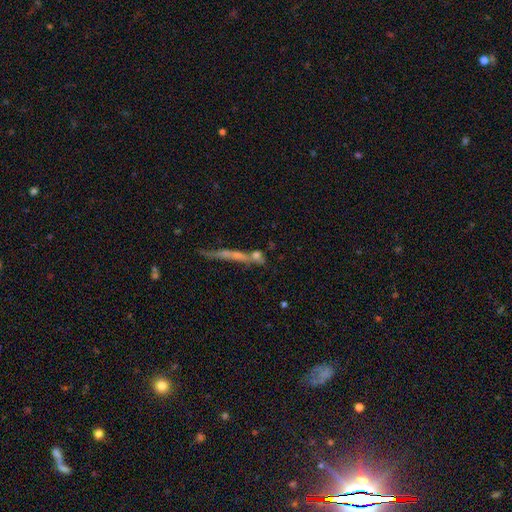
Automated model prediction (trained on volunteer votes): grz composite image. It shows a smooth galaxy with no disk features (46%). Merging: none (47%).